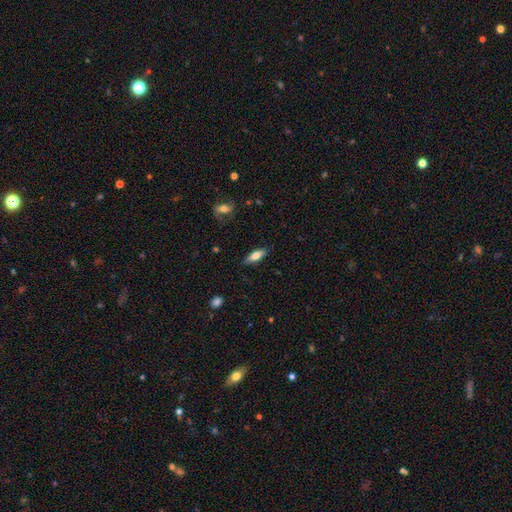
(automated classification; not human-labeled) smooth-or-featured: smooth: 72% | featured or disk: 22% | star or artifact: 6%
  how-rounded: in between: 64% | cigar-shaped: 34% | round: 2%
  merging: none: 85% | minor disturbance: 11% | major disturbance: 3% | merger: 1%